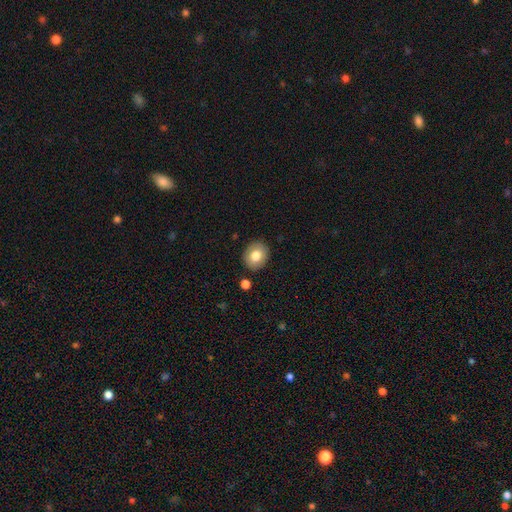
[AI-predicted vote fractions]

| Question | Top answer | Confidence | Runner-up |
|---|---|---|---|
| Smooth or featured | smooth | 78% | featured or disk (13%) |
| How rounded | round | 62% | in between (37%) |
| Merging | none | 88% | minor disturbance (8%) |